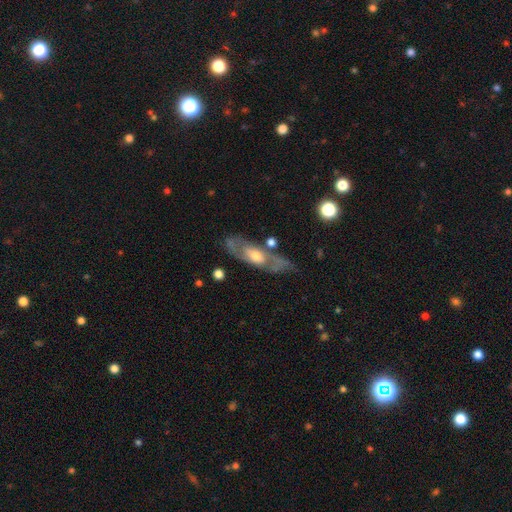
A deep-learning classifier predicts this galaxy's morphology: A featured or disk galaxy (68%) with no bar (64%), spiral arms (64%) and a moderate central bulge (60%).

Vote fractions:
- Smooth or featured? featured or disk: 68% / smooth: 26% / star or artifact: 6%
- Edge-on disk? no: 74% / yes: 26%
- Bar? no: 64% / weak: 28% / strong: 8%
- Spiral arms? yes: 64% / no: 36%
- Bulge size? moderate: 60% / small: 21% / large: 15% / none: 2% / dominant: 2%
- Merging? none: 65% / minor disturbance: 20% / major disturbance: 10% / merger: 6%